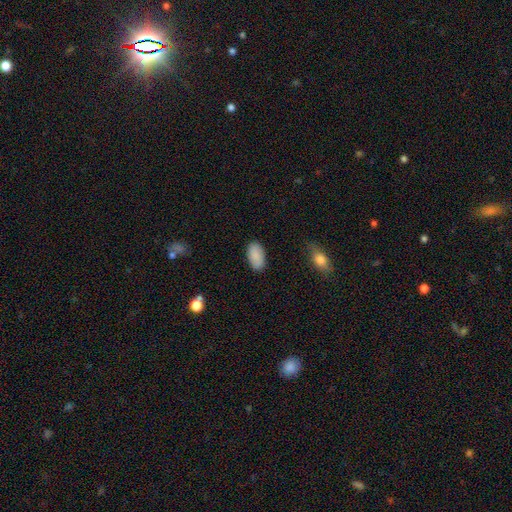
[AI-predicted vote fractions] This is clearly a smooth galaxy (88%). How rounded: clearly in between (95%). Merging: clearly none (86%).